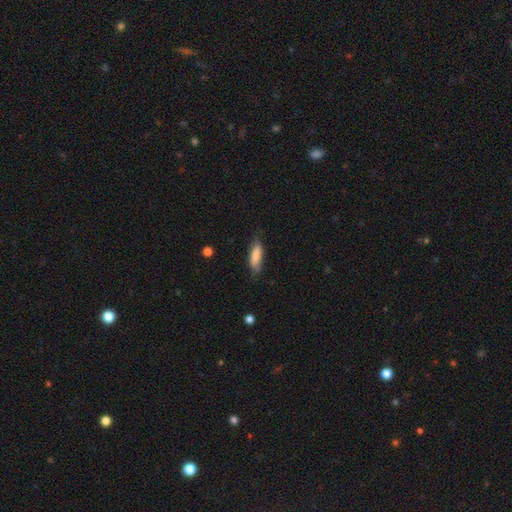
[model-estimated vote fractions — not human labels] smooth_or_featured: smooth (p=0.80) [alt: featured or disk p=0.14]
how_rounded: in between (p=0.51) [alt: cigar-shaped p=0.48]
merging: none (p=0.72) [alt: minor disturbance p=0.22]